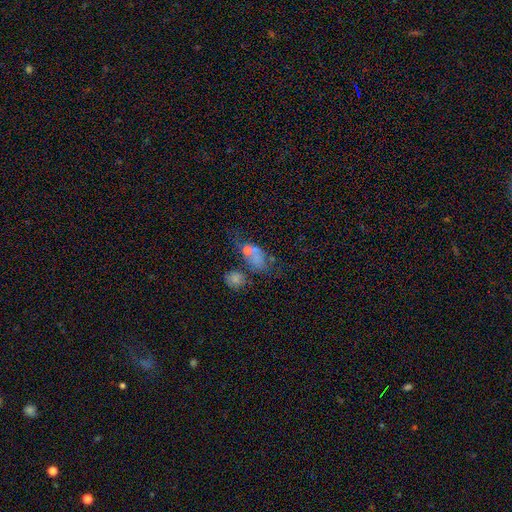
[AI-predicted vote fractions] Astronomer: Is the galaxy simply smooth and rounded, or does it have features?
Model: smooth — 53%.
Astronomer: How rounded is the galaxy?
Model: in between — 70%.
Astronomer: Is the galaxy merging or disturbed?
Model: merger — 34% (runner-up: none, 28%).